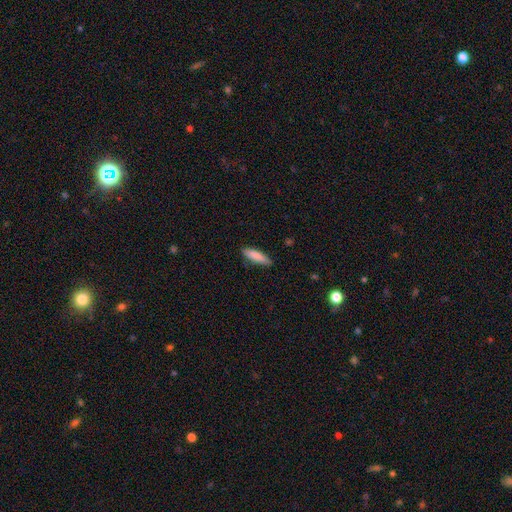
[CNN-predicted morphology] smooth 86%, featured or disk 8%, star or artifact 6%. Down the decision tree: how rounded — cigar-shaped (68%); merging — none (84%).